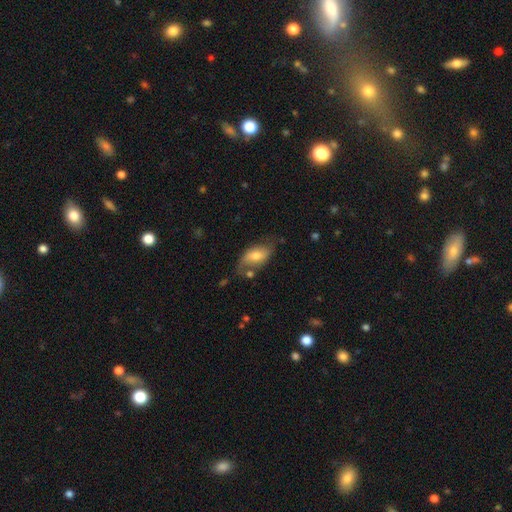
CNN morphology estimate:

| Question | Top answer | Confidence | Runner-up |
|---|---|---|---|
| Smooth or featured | smooth | 52% | featured or disk (41%) |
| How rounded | in between | 89% | round (6%) |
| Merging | none | 53% | minor disturbance (27%) |